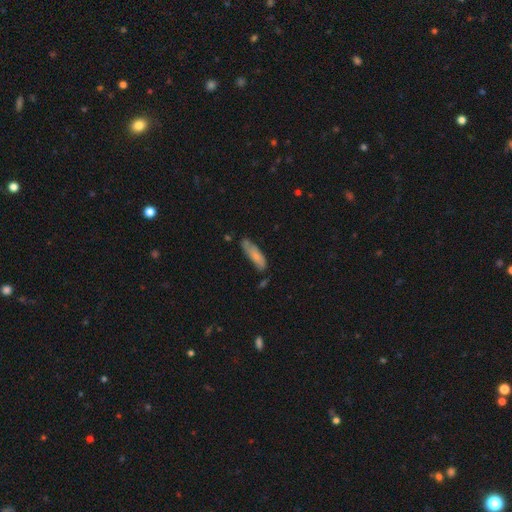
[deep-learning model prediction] A smooth galaxy with no disk features (71%) that is cigar-shaped (61%). Merging: none (58%).